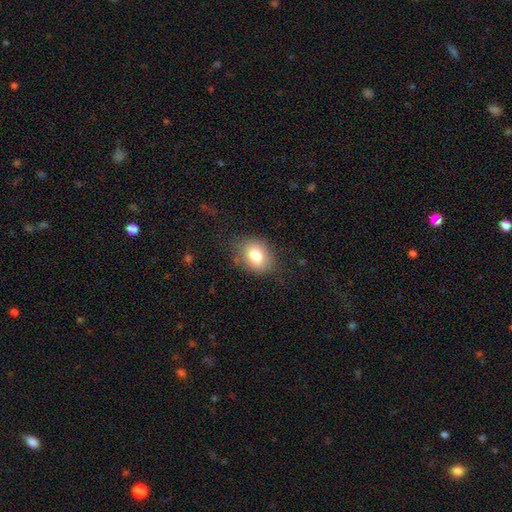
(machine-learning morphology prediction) This is likely a smooth galaxy (79%). How rounded: possibly in between (60%). Merging: likely none (77%).